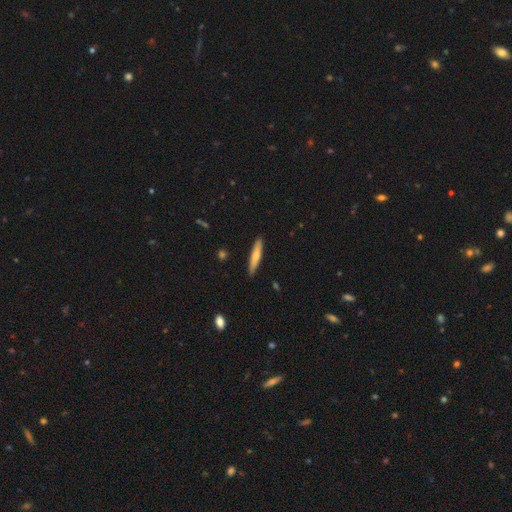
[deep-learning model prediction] A smooth galaxy with no disk features (64%) that is cigar-shaped (90%).

Vote fractions:
- Smooth or featured? smooth: 64% / featured or disk: 30% / star or artifact: 6%
- How rounded? cigar-shaped: 90% / in between: 9% / round: 1%
- Merging? none: 88% / minor disturbance: 9% / major disturbance: 1% / merger: 1%